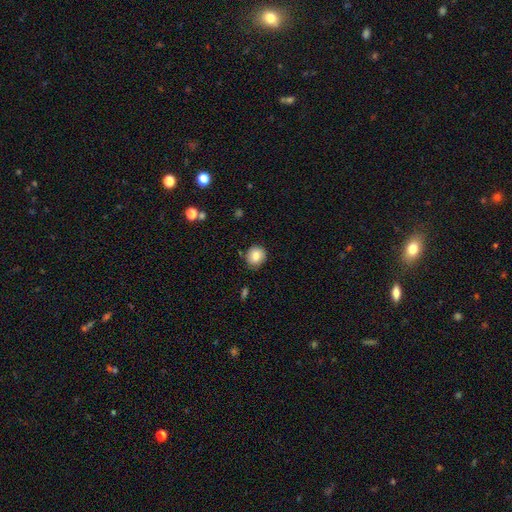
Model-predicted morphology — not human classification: type=smooth (81%); roundness=round (87%); merging=none (84%).